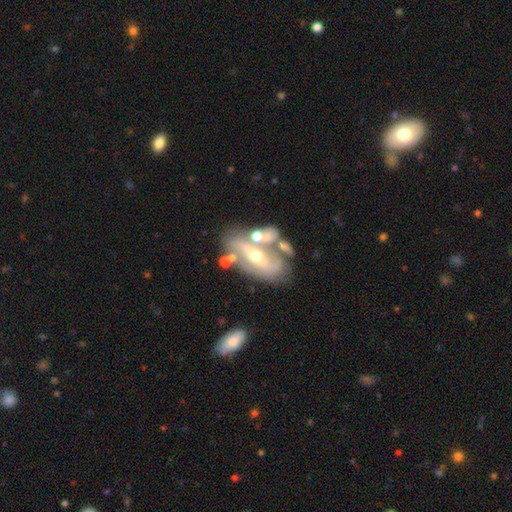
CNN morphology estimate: smooth_or_featured: featured or disk (p=0.74) [alt: smooth p=0.19]
disk_edge_on: no (p=0.87) [alt: yes p=0.13]
bar: strong (p=0.39) [alt: no p=0.37]
has_spiral_arms: yes (p=0.52) [alt: no p=0.48]
bulge_size: moderate (p=0.56) [alt: small p=0.39]
merging: none (p=0.48) [alt: merger p=0.23]